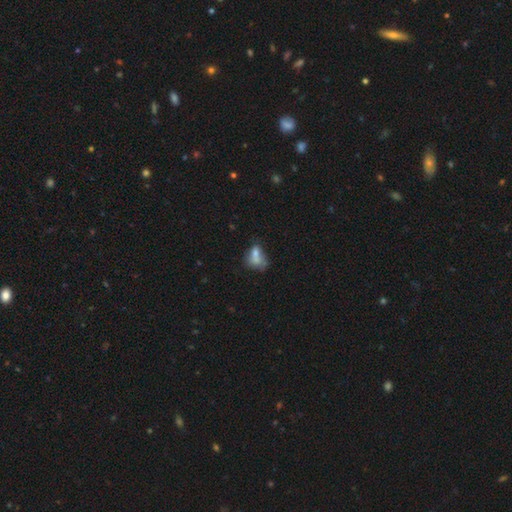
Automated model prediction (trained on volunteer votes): smooth_or_featured: smooth (p=0.66) [alt: featured or disk p=0.22]
how_rounded: in between (p=0.72) [alt: round p=0.25]
merging: merger (p=0.36) [alt: none p=0.28]